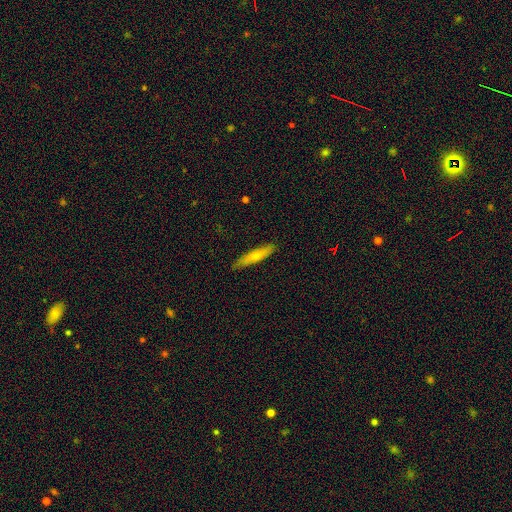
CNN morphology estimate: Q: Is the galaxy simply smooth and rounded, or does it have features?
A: smooth — 65%.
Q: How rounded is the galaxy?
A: cigar-shaped — 86%.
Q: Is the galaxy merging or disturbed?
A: none — 86%.